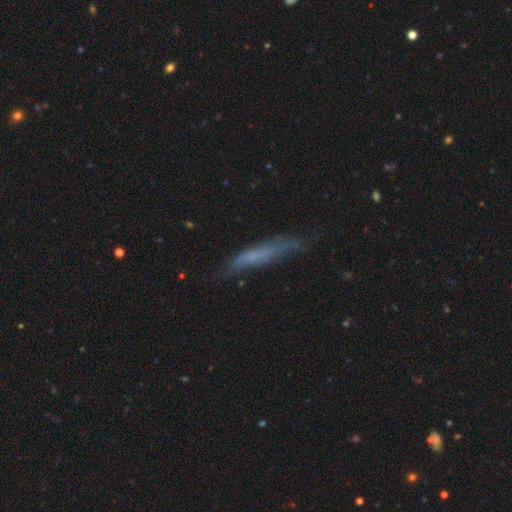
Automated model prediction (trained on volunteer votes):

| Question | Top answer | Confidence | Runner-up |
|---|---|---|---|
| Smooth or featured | smooth | 54% | featured or disk (36%) |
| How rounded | cigar-shaped | 89% | in between (10%) |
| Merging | none | 62% | minor disturbance (27%) |